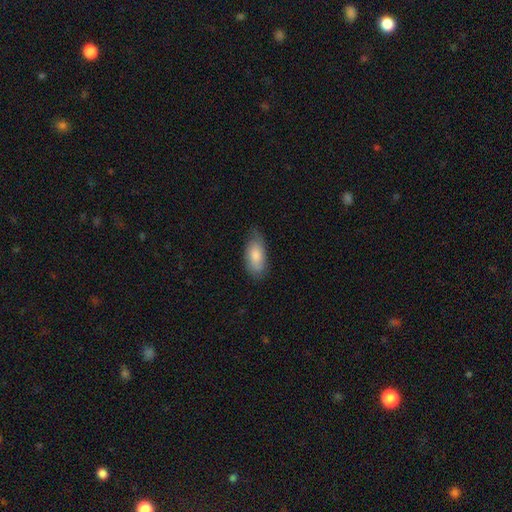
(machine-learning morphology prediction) The model was most divided on "merging": none: 64%, minor disturbance: 29%, major disturbance: 6%, merger: 1%. More confident: how rounded — in between (91%); smooth or featured — smooth (78%).